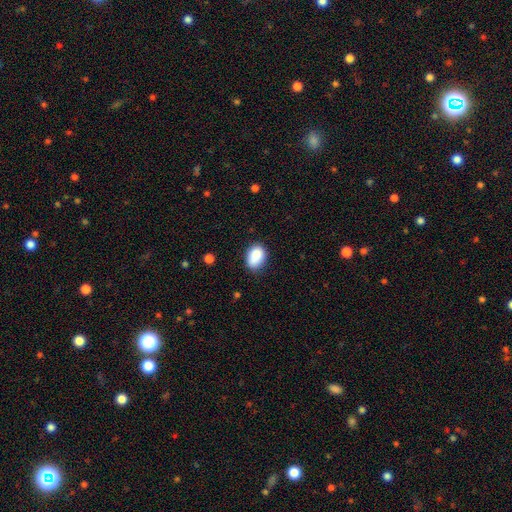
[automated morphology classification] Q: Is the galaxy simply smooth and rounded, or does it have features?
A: smooth — 86%.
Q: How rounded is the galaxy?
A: in between — 80%.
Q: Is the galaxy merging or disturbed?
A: none — 70%.